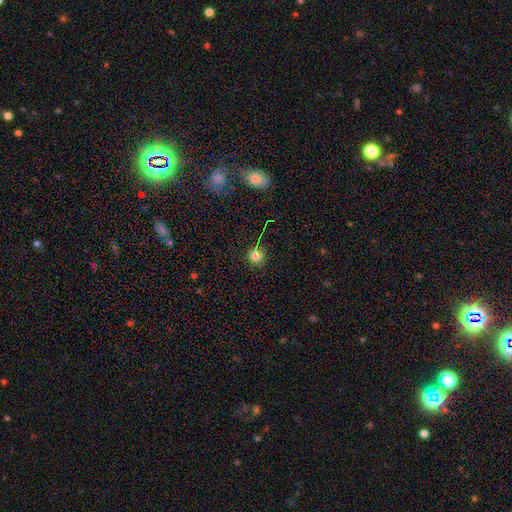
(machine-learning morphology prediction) smooth_or_featured: smooth (p=0.78) [alt: star or artifact p=0.16]
how_rounded: round (p=0.93) [alt: in between p=0.06]
merging: none (p=0.86) [alt: minor disturbance p=0.09]